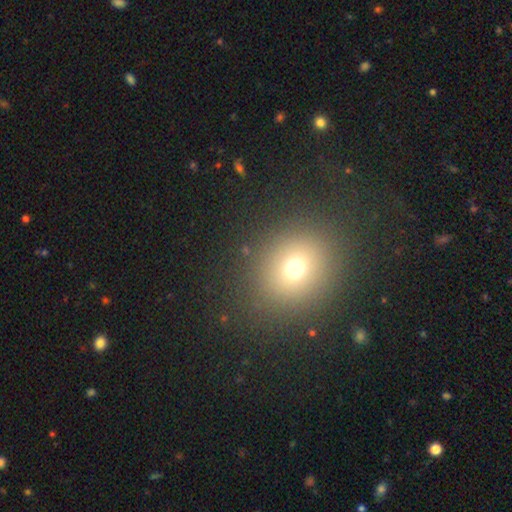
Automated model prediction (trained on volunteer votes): A smooth galaxy with no disk features (68%) that is round (77%). Merging: none (87%).